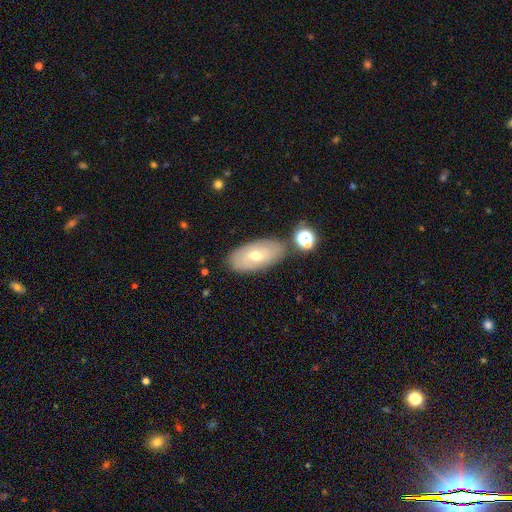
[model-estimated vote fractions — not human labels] The model was most divided on "smooth or featured": smooth: 49%, featured or disk: 43%, star or artifact: 9%. More confident: merging — none (78%).